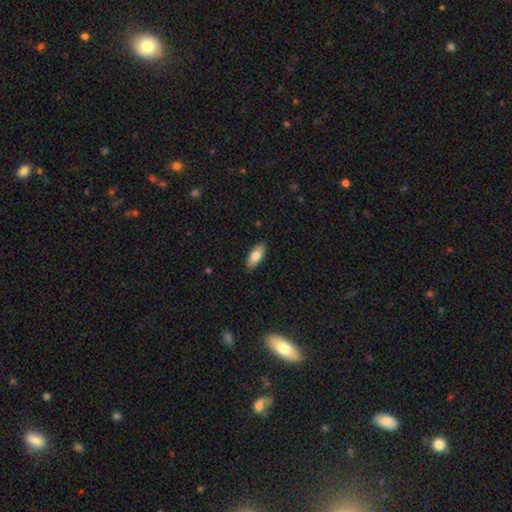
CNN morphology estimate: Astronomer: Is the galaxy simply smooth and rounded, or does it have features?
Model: smooth — 78%.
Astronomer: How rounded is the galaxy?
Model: in between — 83%.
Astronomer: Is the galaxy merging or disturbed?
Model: none — 87%.